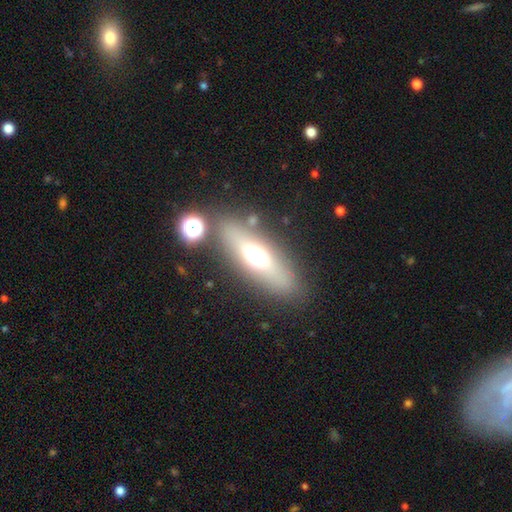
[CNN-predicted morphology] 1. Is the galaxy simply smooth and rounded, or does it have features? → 47% smooth, 39% featured or disk, 15% star or artifact.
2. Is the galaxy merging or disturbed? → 79% none, 10% minor disturbance, 6% merger, 5% major disturbance.